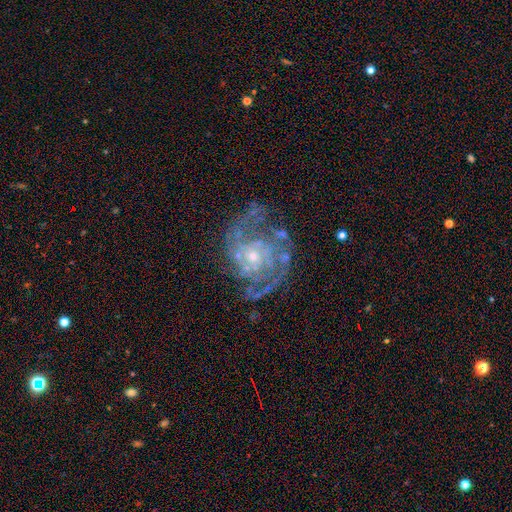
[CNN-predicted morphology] Smooth or featured?
  - featured or disk: 86% *
  - star or artifact: 9%
  - smooth: 5%
Edge-on disk?
  - no: 98% *
  - yes: 2%
Bar?
  - no: 67% *
  - weak: 26%
  - strong: 6%
Spiral arms?
  - yes: 94% *
  - no: 6%
Spiral winding?
  - tight: 46% *
  - medium: 42%
  - loose: 12%
Spiral arm count?
  - 2: 38% *
  - can't tell: 23%
  - 3: 18%
  - 4: 8%
  - 1: 6%
  - more than 4: 6%
Bulge size?
  - small: 64% *
  - moderate: 30%
  - none: 3%
  - large: 2%
  - dominant: 1%
Merging?
  - none: 64% *
  - minor disturbance: 18%
  - major disturbance: 14%
  - merger: 3%